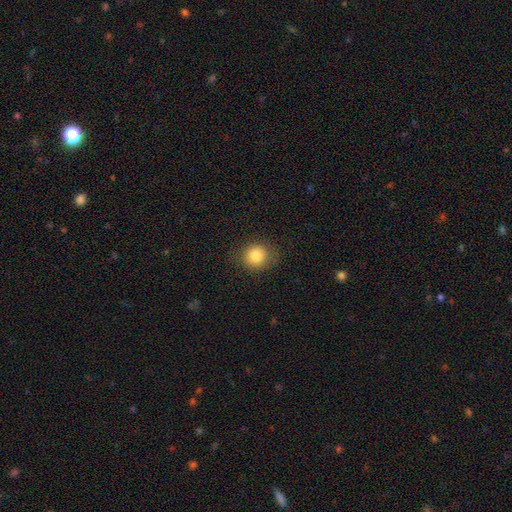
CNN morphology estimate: Overall: smooth (83%). How rounded: round (83%). Merging: none (83%).